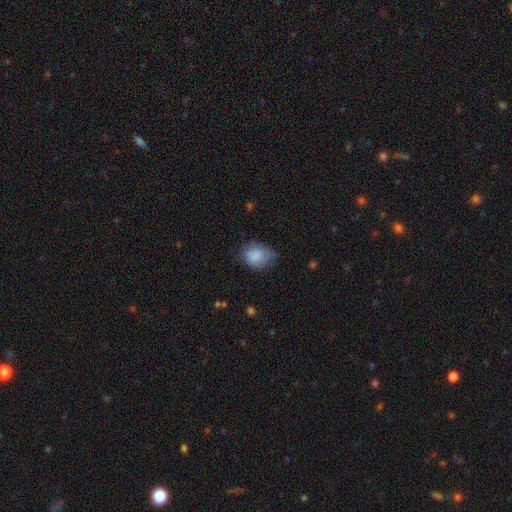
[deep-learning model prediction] A smooth galaxy with no disk features (81%) that is in between round and cigar-shaped (51%). Merging: none (52%).